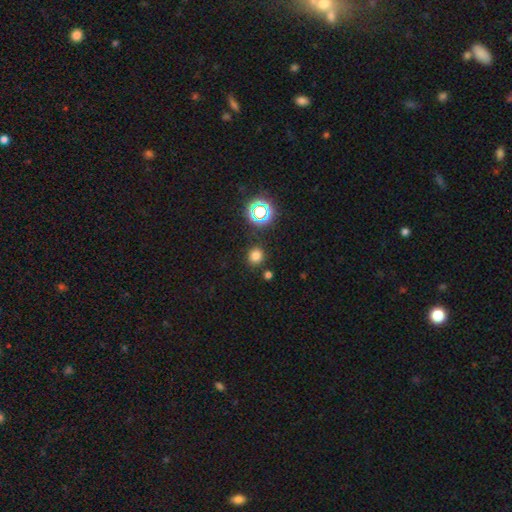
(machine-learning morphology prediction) This appears to be a smooth galaxy with no disk features (75%) that is round (88%). Merging: none (87%).